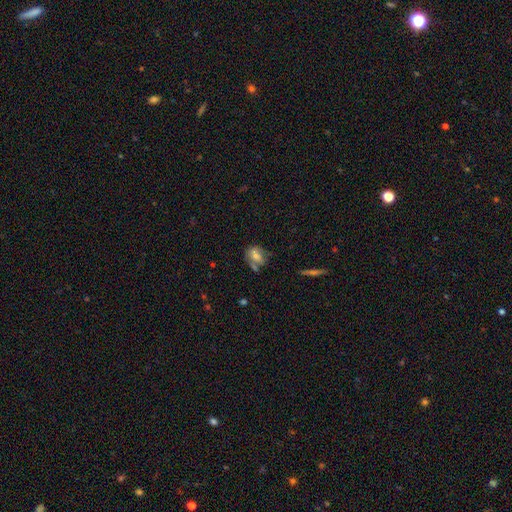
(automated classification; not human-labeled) A smooth galaxy with no disk features (55%) that is in between round and cigar-shaped (54%).

Vote fractions:
- Smooth or featured? smooth: 55% / featured or disk: 34% / star or artifact: 11%
- How rounded? in between: 54% / round: 43% / cigar-shaped: 3%
- Merging? none: 53% / minor disturbance: 25% / merger: 12% / major disturbance: 10%